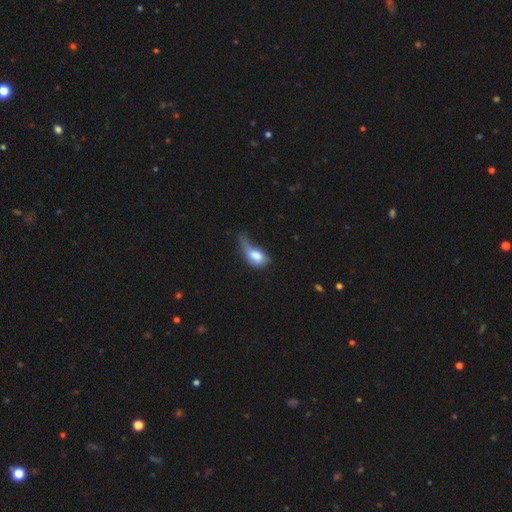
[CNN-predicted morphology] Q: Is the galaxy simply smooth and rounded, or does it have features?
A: smooth — 72%.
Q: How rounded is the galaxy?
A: in between — 82%.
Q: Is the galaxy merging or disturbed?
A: major disturbance — 47%.